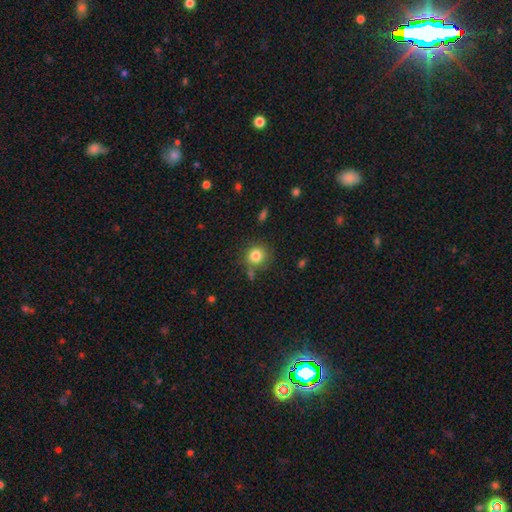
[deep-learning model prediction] Smooth or featured?
  - smooth: 83% *
  - star or artifact: 11%
  - featured or disk: 6%
How rounded?
  - round: 88% *
  - in between: 11%
  - cigar-shaped: 1%
Merging?
  - none: 76% *
  - minor disturbance: 12%
  - merger: 7%
  - major disturbance: 4%